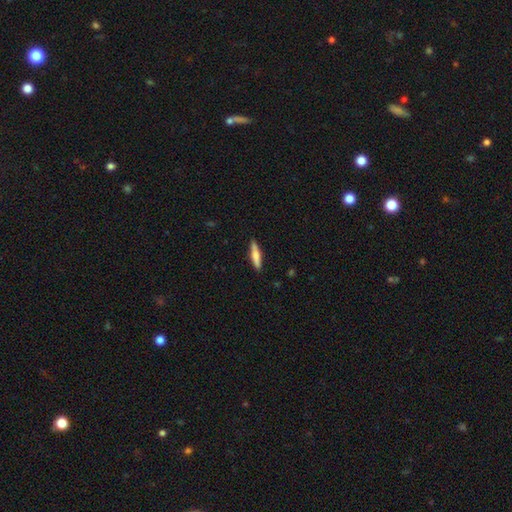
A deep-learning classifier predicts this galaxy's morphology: Overall: smooth (67%; featured or disk 27%). How rounded: cigar-shaped (84%). Merging: none (85%).